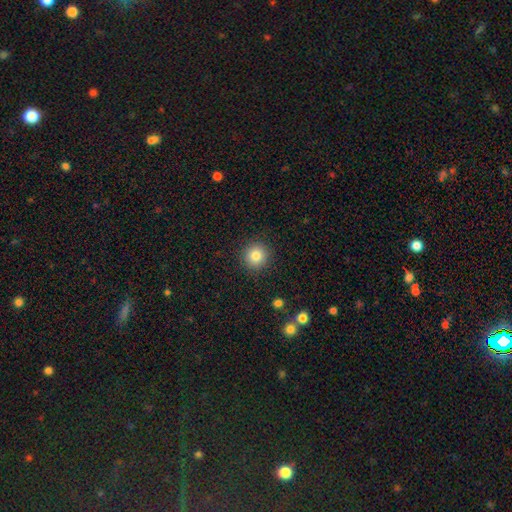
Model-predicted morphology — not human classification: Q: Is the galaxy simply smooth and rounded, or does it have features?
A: smooth — 83%.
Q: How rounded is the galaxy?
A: round — 93%.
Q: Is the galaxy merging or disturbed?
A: none — 91%.